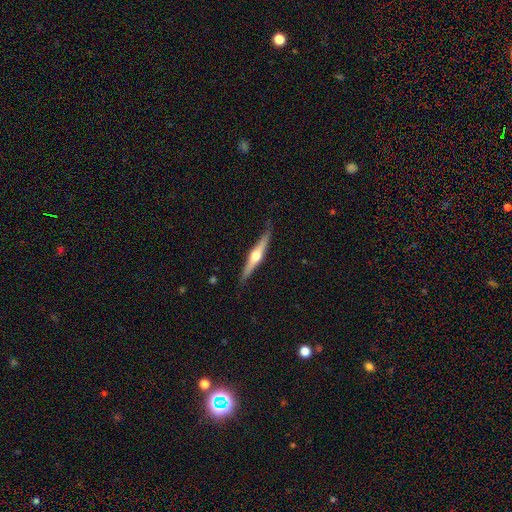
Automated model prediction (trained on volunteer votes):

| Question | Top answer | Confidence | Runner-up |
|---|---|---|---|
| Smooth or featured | featured or disk | 75% | smooth (20%) |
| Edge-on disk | yes | 98% | no (2%) |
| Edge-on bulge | rounded | 94% | boxy (3%) |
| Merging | none | 88% | minor disturbance (9%) |